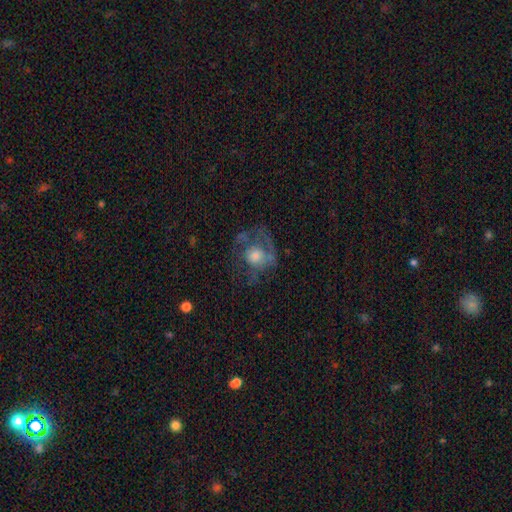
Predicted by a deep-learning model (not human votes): Q: Smooth or featured?
A: featured or disk (53%); runner-up: smooth (36%)
Q: Edge-on disk?
A: no (96%); runner-up: yes (4%)
Q: Bar?
A: no (85%); runner-up: weak (13%)
Q: Spiral arms?
A: no (53%); runner-up: yes (47%)
Q: Bulge size?
A: moderate (50%); runner-up: large (28%)
Q: Merging?
A: none (44%); runner-up: major disturbance (35%)